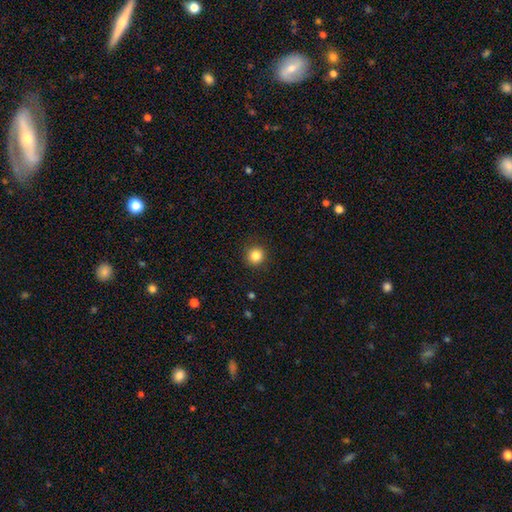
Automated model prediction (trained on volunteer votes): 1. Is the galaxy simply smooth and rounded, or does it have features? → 85% smooth, 11% star or artifact, 4% featured or disk.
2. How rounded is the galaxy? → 94% round, 6% in between, 1% cigar-shaped.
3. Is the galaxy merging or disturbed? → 90% none, 6% minor disturbance, 2% major disturbance, 1% merger.